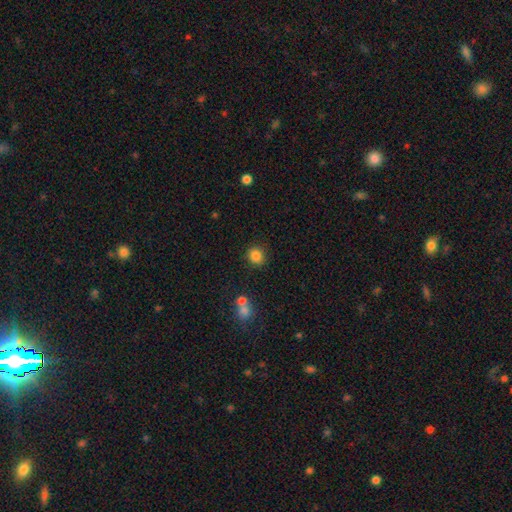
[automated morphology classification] smooth-or-featured: smooth: 85% | star or artifact: 11% | featured or disk: 5%
  how-rounded: round: 84% | in between: 15% | cigar-shaped: 1%
  merging: none: 86% | minor disturbance: 8% | merger: 4% | major disturbance: 3%